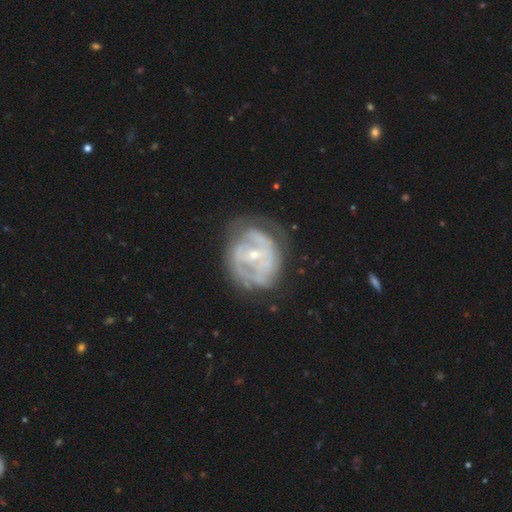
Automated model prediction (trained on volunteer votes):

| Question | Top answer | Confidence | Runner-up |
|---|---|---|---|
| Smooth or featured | featured or disk | 78% | smooth (15%) |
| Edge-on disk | no | 97% | yes (3%) |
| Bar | no | 44% | weak (40%) |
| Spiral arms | yes | 73% | no (27%) |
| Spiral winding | tight | 57% | medium (31%) |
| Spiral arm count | can't tell | 43% | 2 (32%) |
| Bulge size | small | 66% | moderate (29%) |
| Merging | none | 53% | minor disturbance (25%) |